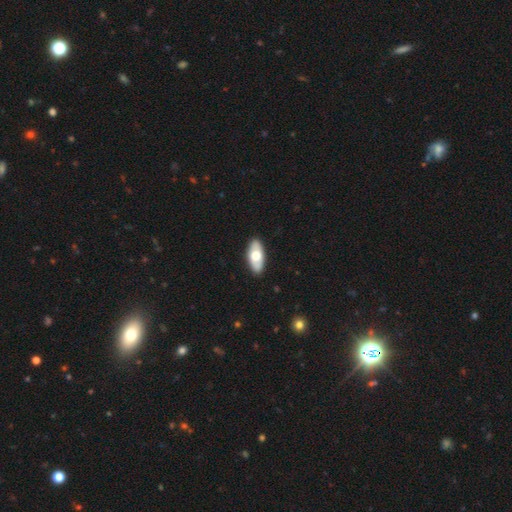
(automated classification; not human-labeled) Overall: smooth (62%; featured or disk 33%). How rounded: in between (89%). Merging: none (89%).